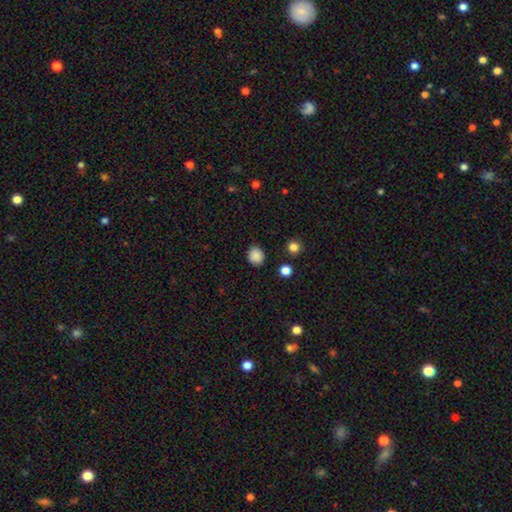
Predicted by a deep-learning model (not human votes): Overall: smooth (87%). How rounded: round (73%). Merging: none (86%).